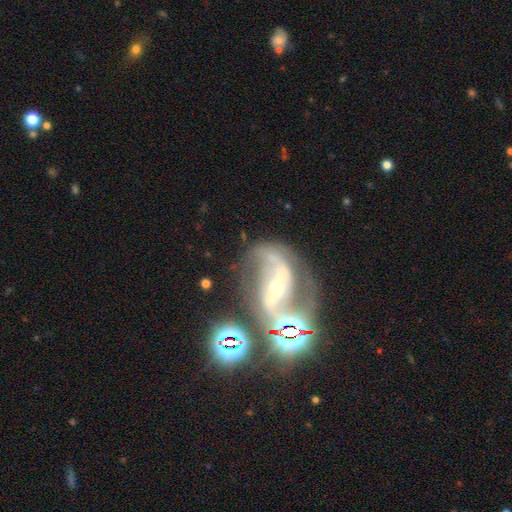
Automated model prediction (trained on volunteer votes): A featured or disk galaxy (83%) with a strong bar (49%), 2 (90%) loose (48%) spiral arms (94%) and a small central bulge (50%). Merging: none (57%).